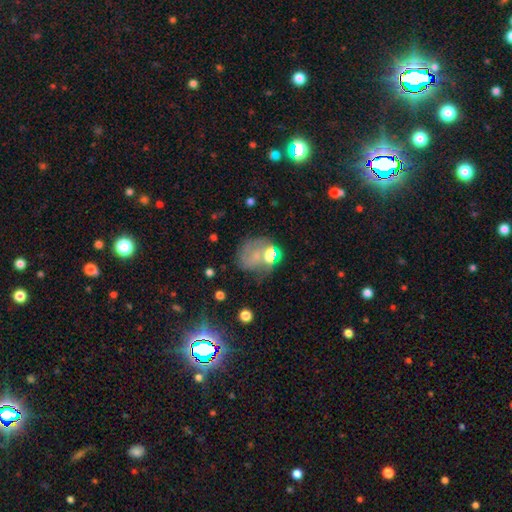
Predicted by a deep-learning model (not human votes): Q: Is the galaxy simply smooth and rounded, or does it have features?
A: smooth — 45%.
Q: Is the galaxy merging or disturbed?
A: none — 35%.